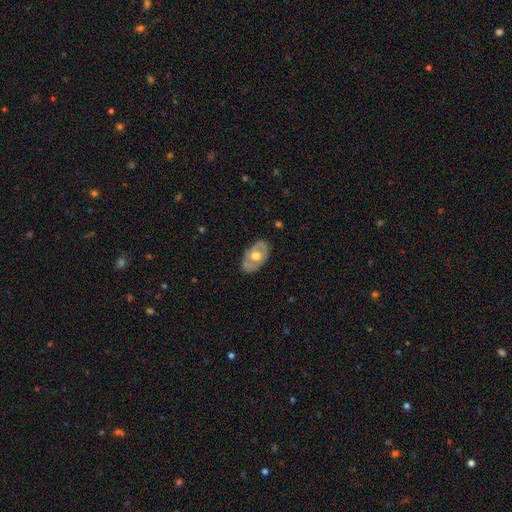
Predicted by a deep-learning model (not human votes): Smooth or featured?
  - featured or disk: 58% *
  - smooth: 37%
  - star or artifact: 5%
Edge-on disk?
  - no: 89% *
  - yes: 11%
Bar?
  - no: 84% *
  - weak: 14%
  - strong: 3%
Spiral arms?
  - no: 77% *
  - yes: 23%
Bulge size?
  - moderate: 55% *
  - large: 38%
  - small: 4%
  - dominant: 2%
  - none: 1%
Merging?
  - none: 78% *
  - minor disturbance: 17%
  - major disturbance: 4%
  - merger: 1%